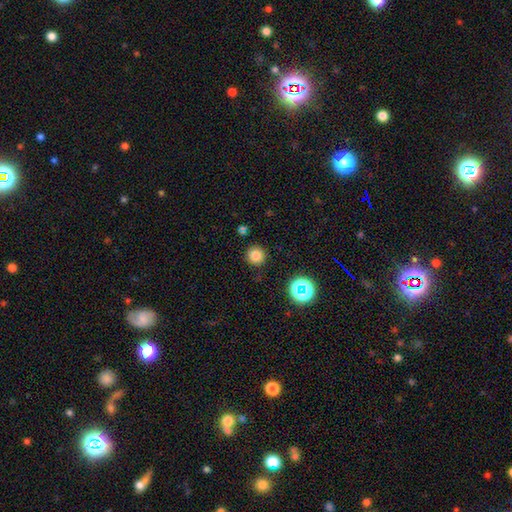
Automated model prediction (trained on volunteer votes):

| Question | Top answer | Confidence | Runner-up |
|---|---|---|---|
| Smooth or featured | smooth | 78% | star or artifact (16%) |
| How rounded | round | 95% | in between (5%) |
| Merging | none | 89% | minor disturbance (7%) |